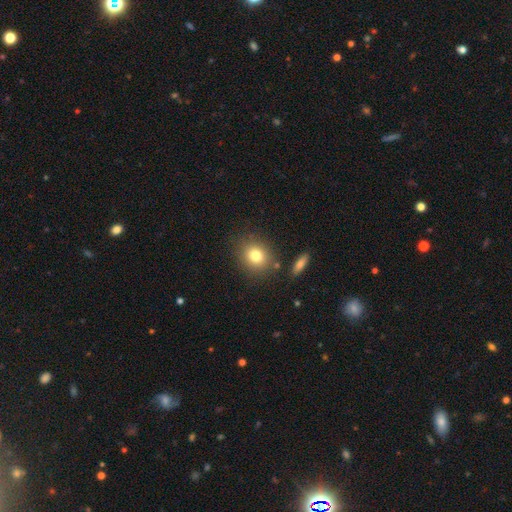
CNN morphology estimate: A smooth galaxy with no disk features (79%) that is round (74%). Merging: none (82%).